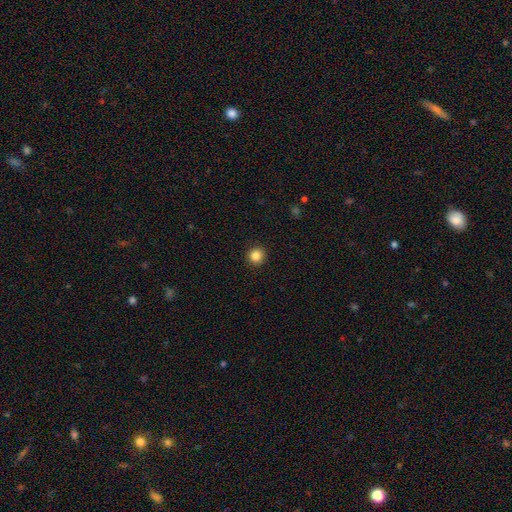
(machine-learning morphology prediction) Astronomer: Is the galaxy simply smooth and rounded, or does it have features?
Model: smooth — 85%.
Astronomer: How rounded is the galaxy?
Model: round — 94%.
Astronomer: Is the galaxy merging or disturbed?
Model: none — 93%.